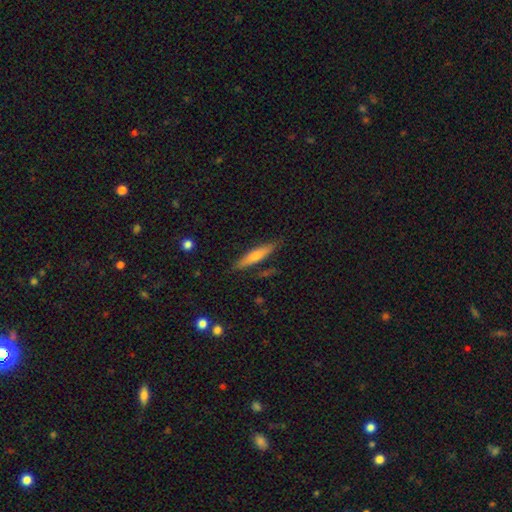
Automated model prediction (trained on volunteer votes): A smooth galaxy with no disk features (48%).

Vote fractions:
- Smooth or featured? smooth: 48% / featured or disk: 45% / star or artifact: 7%
- Merging? none: 86% / minor disturbance: 10% / merger: 2% / major disturbance: 2%